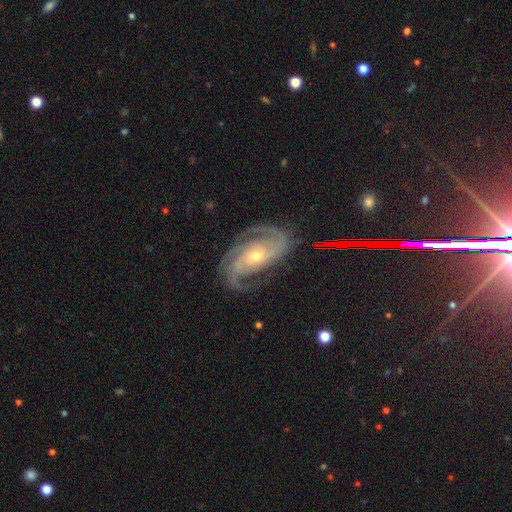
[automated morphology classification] Smooth or featured: featured or disk — 92% (star or artifact — 5%)
Edge-on disk: no — 97% (yes — 3%)
Bar: no — 61% (weak — 26%)
Spiral arms: yes — 98% (no — 2%)
Spiral winding: tight — 48% (medium — 43%)
Spiral arm count: 2 — 43% (3 — 32%)
Bulge size: small — 60% (moderate — 36%)
Merging: none — 76% (minor disturbance — 16%)